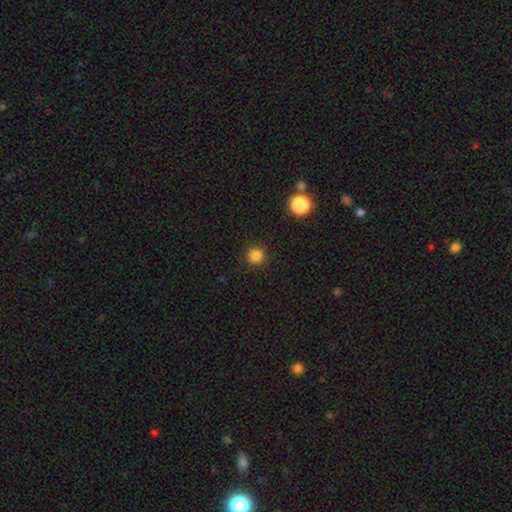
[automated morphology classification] smooth-or-featured: smooth: 84% | star or artifact: 13% | featured or disk: 3%
  how-rounded: round: 95% | in between: 4% | cigar-shaped: 1%
  merging: none: 91% | minor disturbance: 5% | major disturbance: 2% | merger: 1%